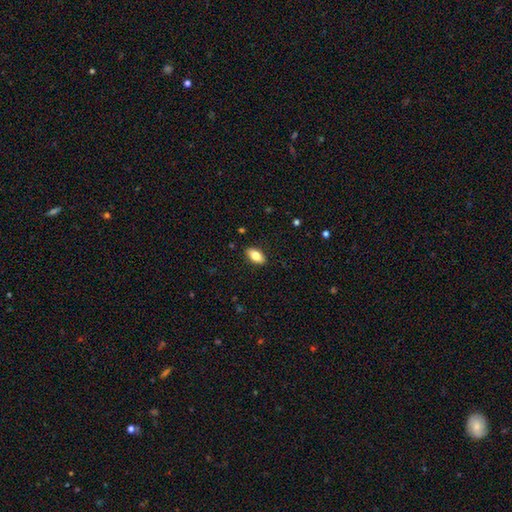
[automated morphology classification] Smooth or featured?
  - smooth: 77% *
  - featured or disk: 16%
  - star or artifact: 7%
How rounded?
  - in between: 89% *
  - cigar-shaped: 7%
  - round: 4%
Merging?
  - none: 89% *
  - minor disturbance: 8%
  - major disturbance: 2%
  - merger: 1%